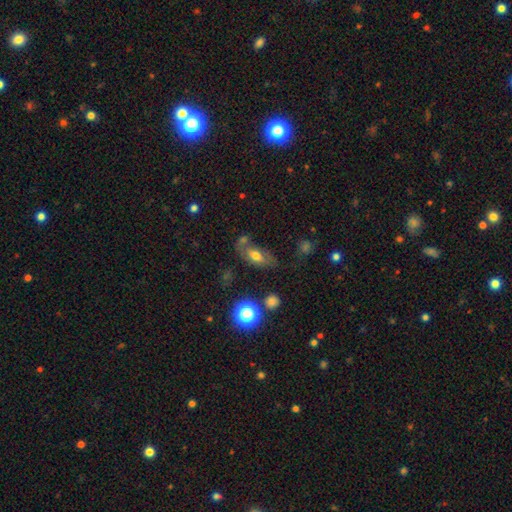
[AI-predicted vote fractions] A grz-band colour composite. It shows a smooth galaxy with no disk features (57%) that is in between round and cigar-shaped (81%). Merging: none (52%).